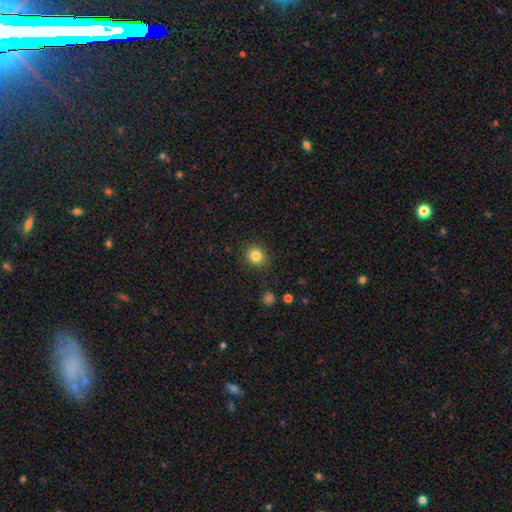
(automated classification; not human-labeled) smooth-or-featured: smooth: 84% | star or artifact: 11% | featured or disk: 5%
  how-rounded: round: 90% | in between: 9% | cigar-shaped: 1%
  merging: none: 90% | minor disturbance: 7% | major disturbance: 2% | merger: 1%